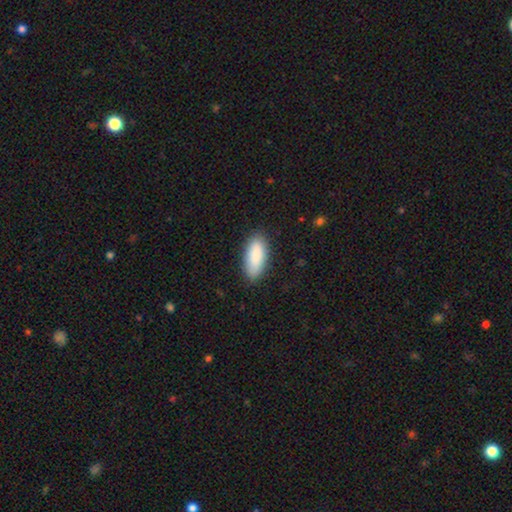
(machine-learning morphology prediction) Overall: smooth (88%). How rounded: in between (81%). Merging: none (86%).